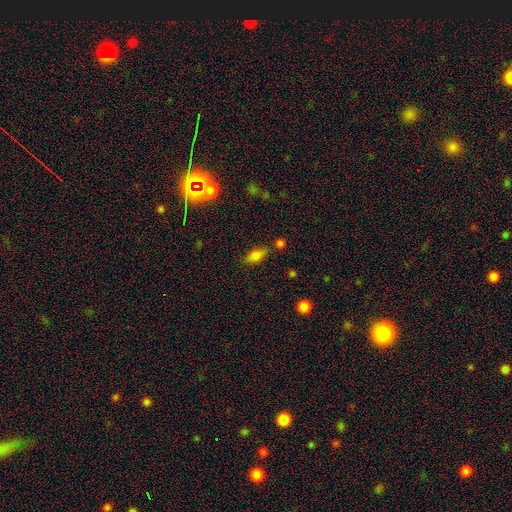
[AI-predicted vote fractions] smooth 75%, featured or disk 12%, star or artifact 12%. Down the decision tree: how rounded — in between (83%); merging — none (75%).